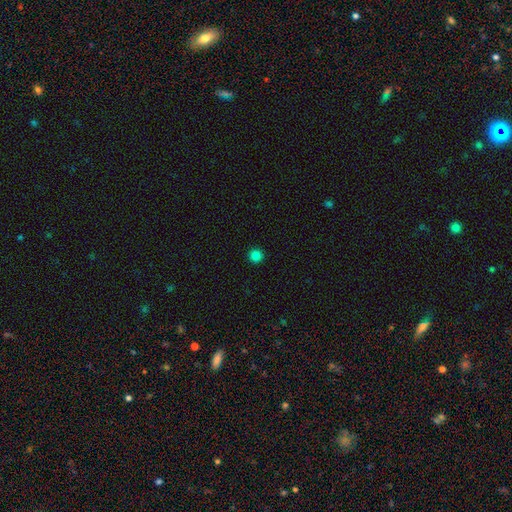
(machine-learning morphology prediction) A smooth galaxy with no disk features (83%) that is round (96%). Merging: none (94%).